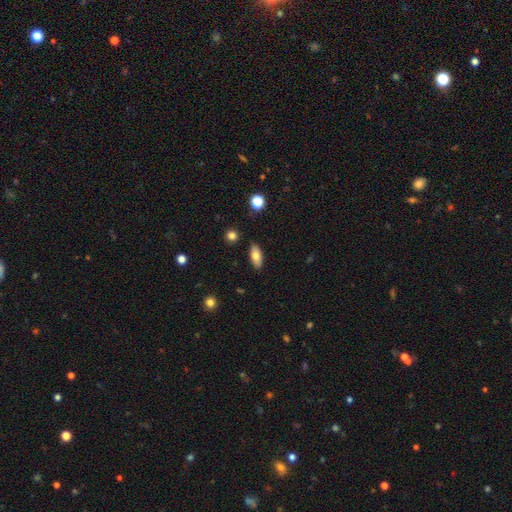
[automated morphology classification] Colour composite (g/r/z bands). It shows a smooth galaxy with no disk features (77%) that is in between round and cigar-shaped (85%). Merging: none (87%).